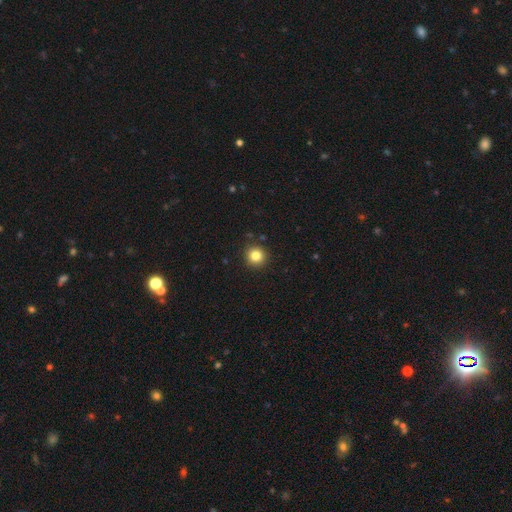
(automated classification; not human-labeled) This is clearly a smooth galaxy (83%). How rounded: clearly round (94%). Merging: clearly none (91%).